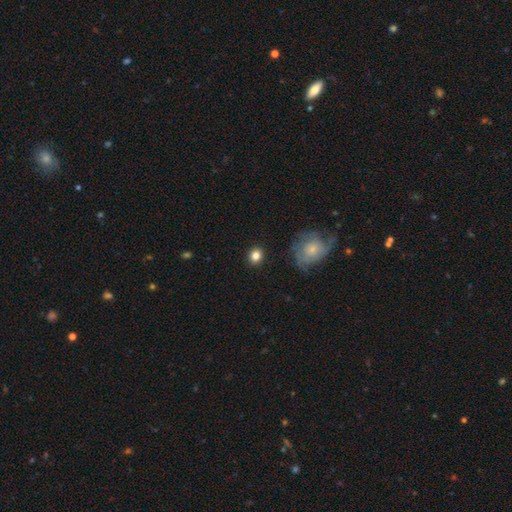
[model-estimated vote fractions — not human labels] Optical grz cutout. It shows a smooth galaxy with no disk features (83%) that is round (79%). Merging: none (89%).